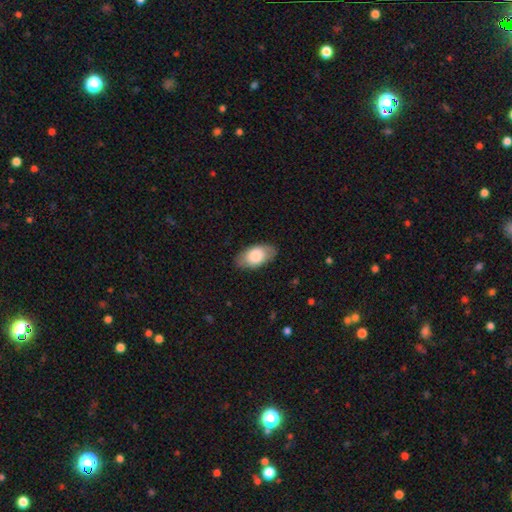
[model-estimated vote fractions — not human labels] Smooth or featured: smooth — 79% (featured or disk — 15%)
How rounded: in between — 93% (round — 5%)
Merging: none — 83% (minor disturbance — 13%)